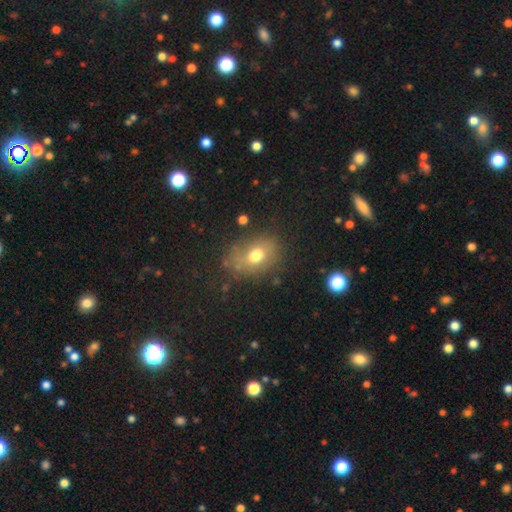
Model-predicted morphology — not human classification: Q: Smooth or featured?
A: smooth (70%); runner-up: featured or disk (18%)
Q: How rounded?
A: in between (66%); runner-up: round (32%)
Q: Merging?
A: none (70%); runner-up: minor disturbance (18%)